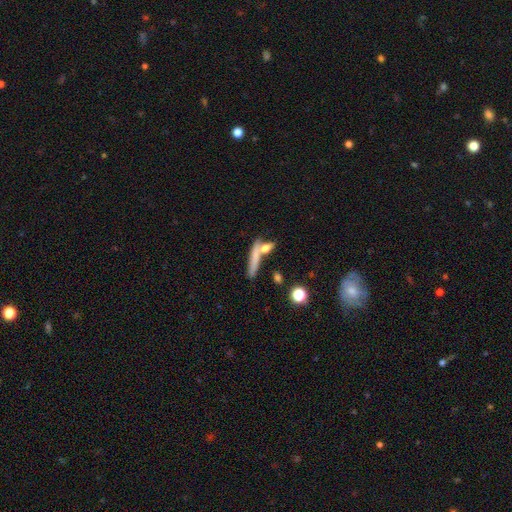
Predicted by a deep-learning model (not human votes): A smooth galaxy with no disk features (65%) that is cigar-shaped (81%).

Vote fractions:
- Smooth or featured? smooth: 65% / featured or disk: 27% / star or artifact: 9%
- How rounded? cigar-shaped: 81% / in between: 13% / round: 6%
- Merging? none: 54% / merger: 27% / minor disturbance: 13% / major disturbance: 6%